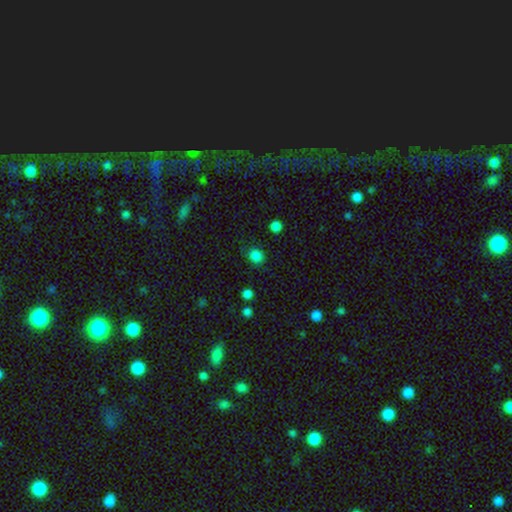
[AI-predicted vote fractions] Q: Smooth or featured?
A: smooth (84%); runner-up: star or artifact (13%)
Q: How rounded?
A: round (81%); runner-up: in between (18%)
Q: Merging?
A: none (85%); runner-up: minor disturbance (10%)